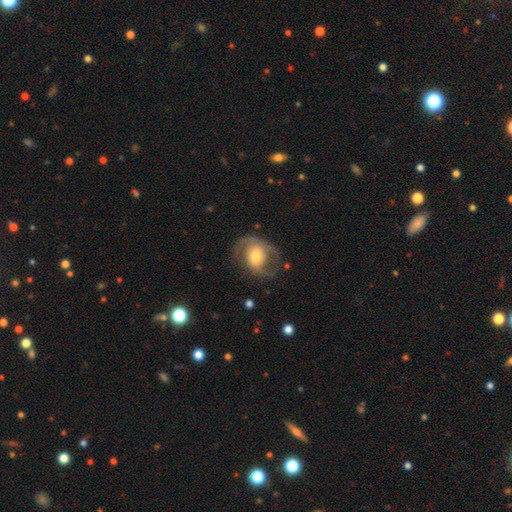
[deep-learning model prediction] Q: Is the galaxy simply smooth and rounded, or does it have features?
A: featured or disk — 69%.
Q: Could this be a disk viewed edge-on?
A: no — 96%.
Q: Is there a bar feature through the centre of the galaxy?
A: no — 60%.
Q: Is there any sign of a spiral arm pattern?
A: yes — 77%.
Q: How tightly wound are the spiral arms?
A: medium — 49%.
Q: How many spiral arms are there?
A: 2 — 80%.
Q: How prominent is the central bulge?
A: moderate — 61%.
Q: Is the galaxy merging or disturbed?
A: none — 60%.